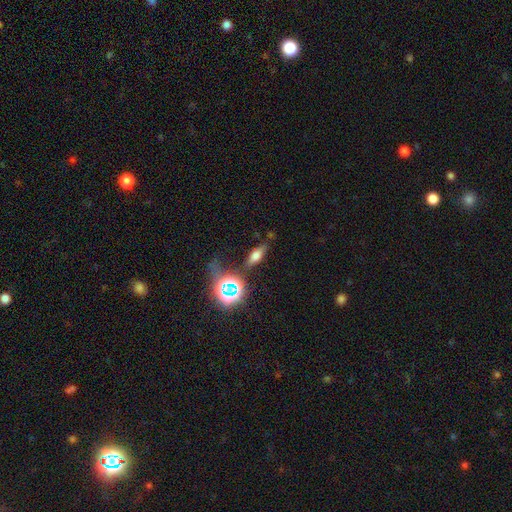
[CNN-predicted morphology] Smooth or featured? smooth (54%)
How rounded? in between (61%)
Merging? none (69%)